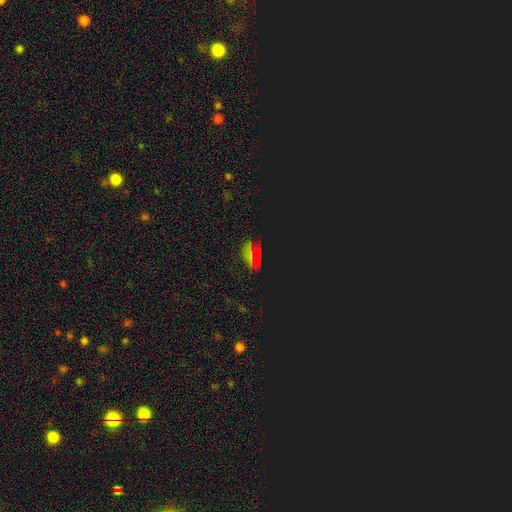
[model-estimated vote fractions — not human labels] Smooth or featured? Predicted: star or artifact (p=0.64).